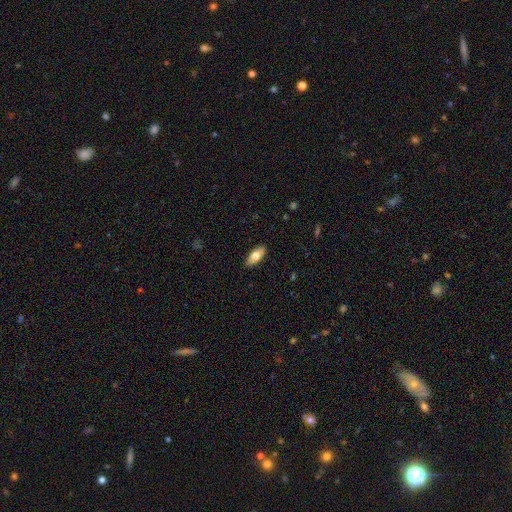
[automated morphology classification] A smooth galaxy with no disk features (74%) that is in between round and cigar-shaped (84%). Merging: none (88%).